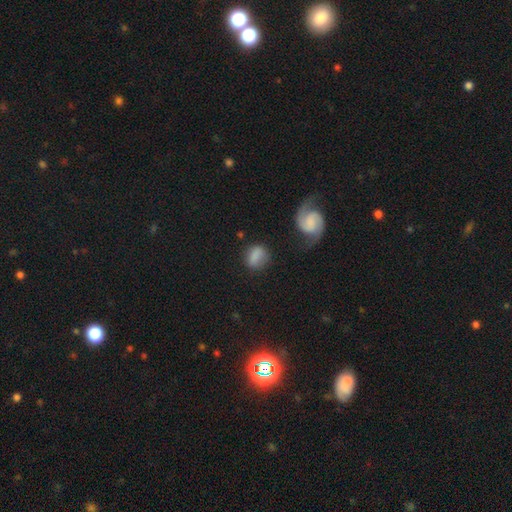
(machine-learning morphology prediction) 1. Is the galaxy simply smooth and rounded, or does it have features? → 78% smooth, 13% featured or disk, 9% star or artifact.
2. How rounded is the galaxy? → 49% in between, 48% round, 3% cigar-shaped.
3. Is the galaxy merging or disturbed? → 67% none, 19% minor disturbance, 9% major disturbance, 5% merger.